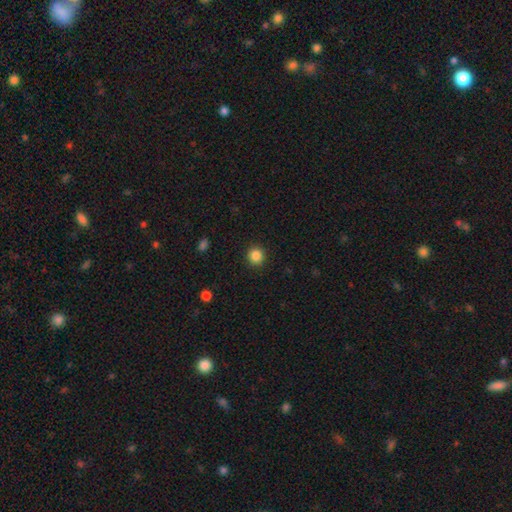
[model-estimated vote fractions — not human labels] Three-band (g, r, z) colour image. It shows a smooth galaxy with no disk features (85%) that is round (92%). Merging: none (91%).